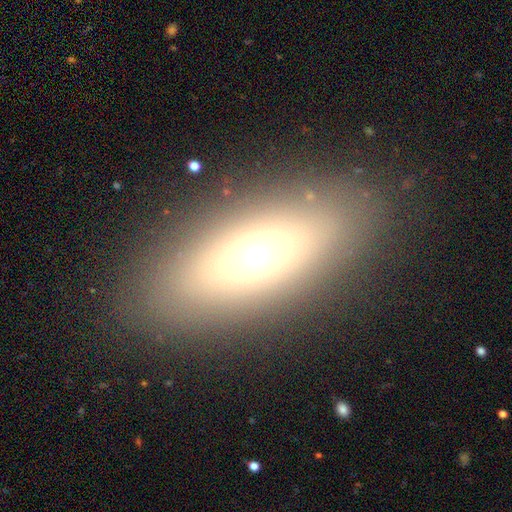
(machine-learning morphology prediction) smooth 58%, featured or disk 30%, star or artifact 12%. Down the decision tree: how rounded — in between (71%); merging — none (85%).